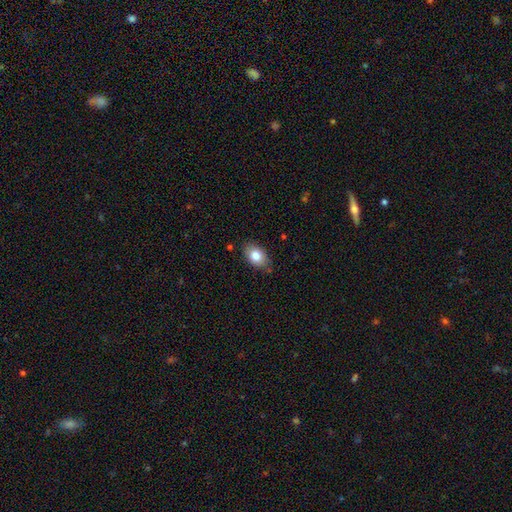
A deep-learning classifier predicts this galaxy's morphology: type=smooth (81%); roundness=in between (87%); merging=none (80%).